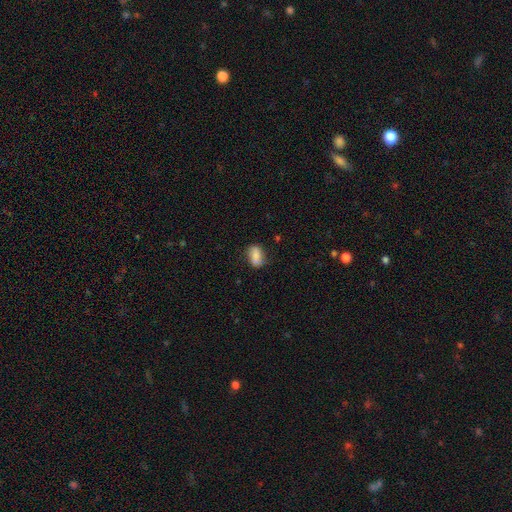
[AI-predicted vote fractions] A smooth galaxy with no disk features (78%) that is in between round and cigar-shaped (84%).

Vote fractions:
- Smooth or featured? smooth: 78% / featured or disk: 14% / star or artifact: 8%
- How rounded? in between: 84% / round: 13% / cigar-shaped: 3%
- Merging? none: 65% / minor disturbance: 25% / major disturbance: 6% / merger: 4%